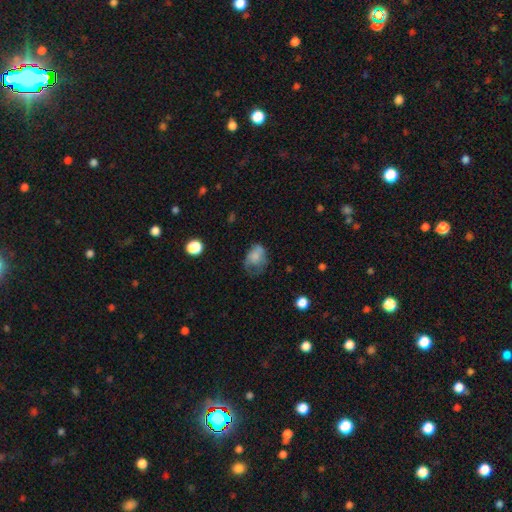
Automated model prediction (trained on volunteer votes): Smooth or featured: smooth — 67% (featured or disk — 23%)
How rounded: in between — 66% (round — 33%)
Merging: major disturbance — 34% (none — 32%)